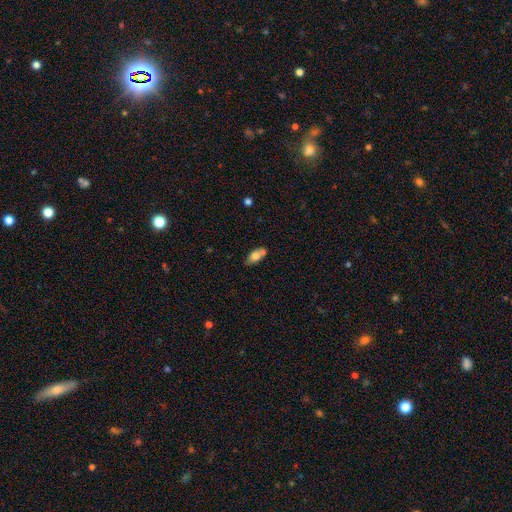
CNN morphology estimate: A smooth galaxy with no disk features (72%) that is in between round and cigar-shaped (85%). Merging: none (56%).